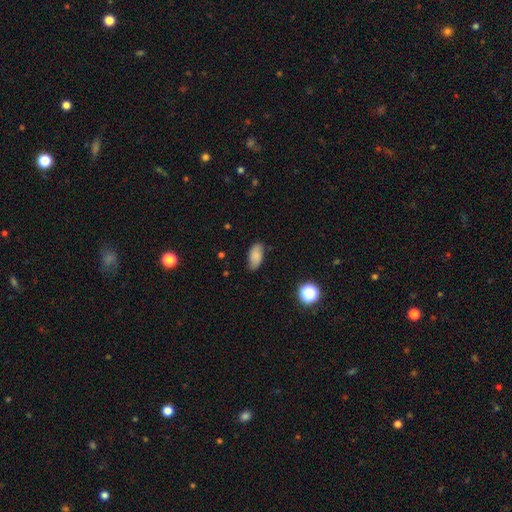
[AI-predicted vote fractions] This is clearly a smooth galaxy (81%). How rounded: clearly in between (92%). Merging: likely none (78%).